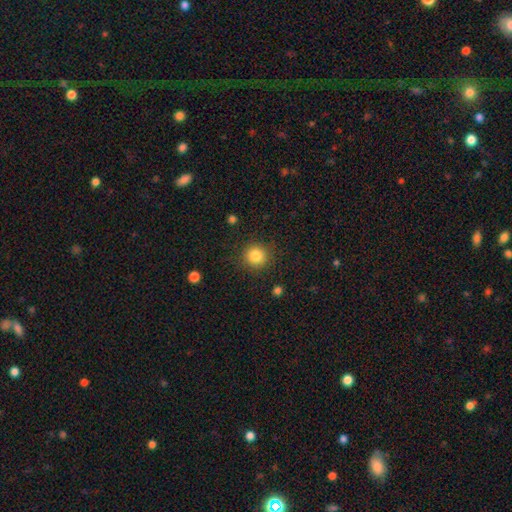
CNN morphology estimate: Smooth or featured?
  - smooth: 84% *
  - star or artifact: 11%
  - featured or disk: 5%
How rounded?
  - round: 93% *
  - in between: 6%
  - cigar-shaped: 1%
Merging?
  - none: 88% *
  - minor disturbance: 7%
  - major disturbance: 3%
  - merger: 1%